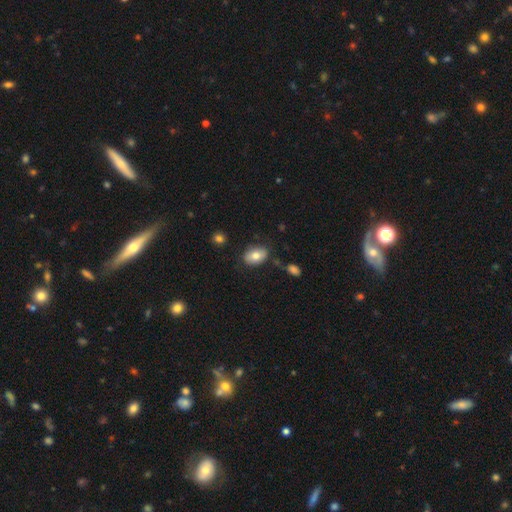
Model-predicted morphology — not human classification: The model was most divided on "smooth or featured": smooth: 77%, featured or disk: 16%, star or artifact: 8%. More confident: how rounded — in between (85%); merging — none (80%).